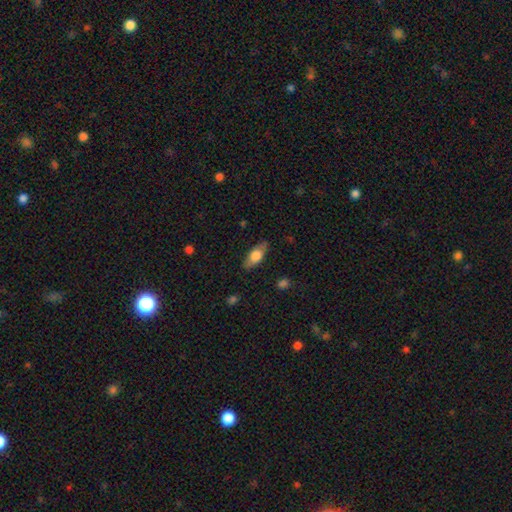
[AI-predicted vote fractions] smooth 65%, featured or disk 28%, star or artifact 6%. Down the decision tree: how rounded — in between (79%); merging — none (83%).